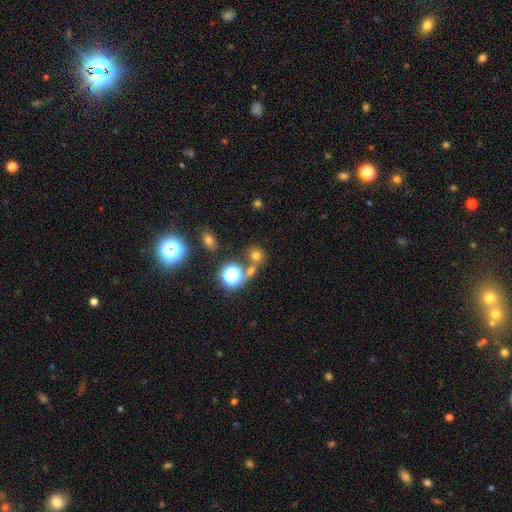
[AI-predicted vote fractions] Overall: smooth (66%). How rounded: round (81%). Merging: none (58%; merger 28%).